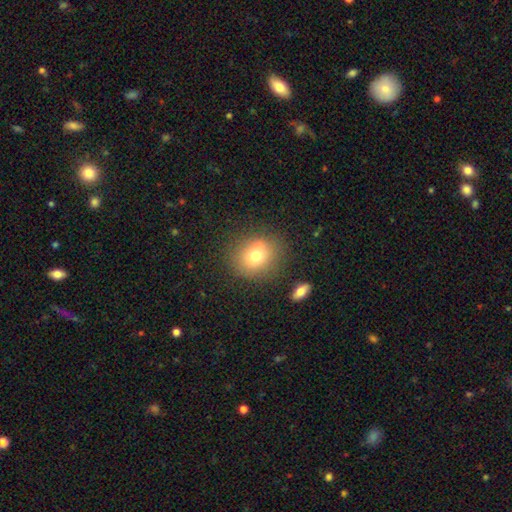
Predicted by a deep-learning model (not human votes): Smooth or featured? smooth (75%)
How rounded? round (71%)
Merging? none (81%)